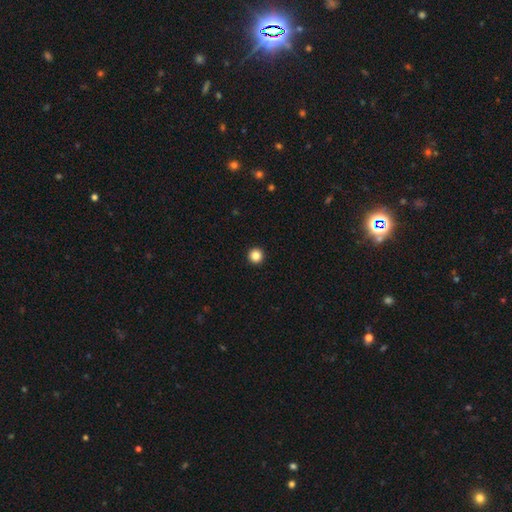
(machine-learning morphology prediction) This appears to be a smooth galaxy with no disk features (85%) that is round (97%). Merging: none (95%).